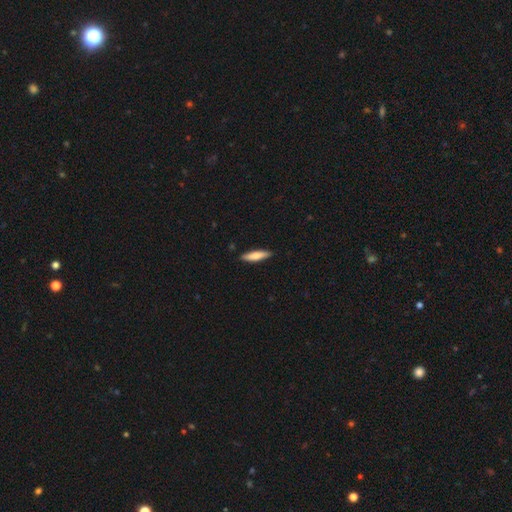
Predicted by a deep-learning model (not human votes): Q: Smooth or featured?
A: smooth (74%); runner-up: featured or disk (21%)
Q: How rounded?
A: cigar-shaped (76%); runner-up: in between (22%)
Q: Merging?
A: none (89%); runner-up: minor disturbance (8%)